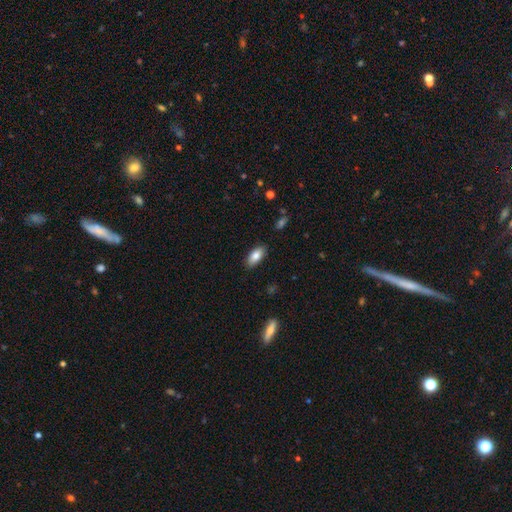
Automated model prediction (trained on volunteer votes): Smooth or featured?
  - smooth: 84% *
  - featured or disk: 9%
  - star or artifact: 7%
How rounded?
  - in between: 89% *
  - cigar-shaped: 8%
  - round: 2%
Merging?
  - none: 87% *
  - minor disturbance: 10%
  - major disturbance: 2%
  - merger: 1%